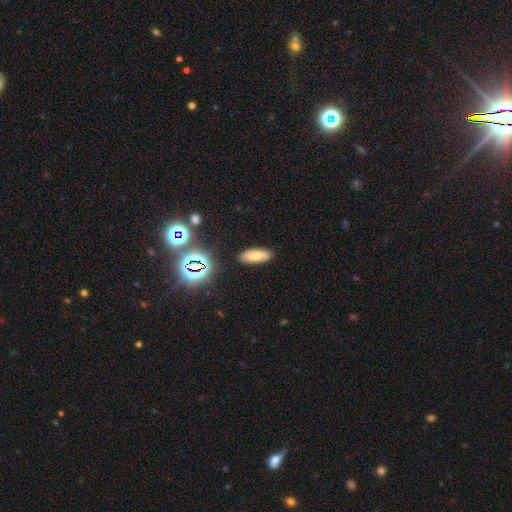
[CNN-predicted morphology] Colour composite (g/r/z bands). It shows a smooth galaxy with no disk features (74%) that is in between round and cigar-shaped (72%). Merging: none (86%).